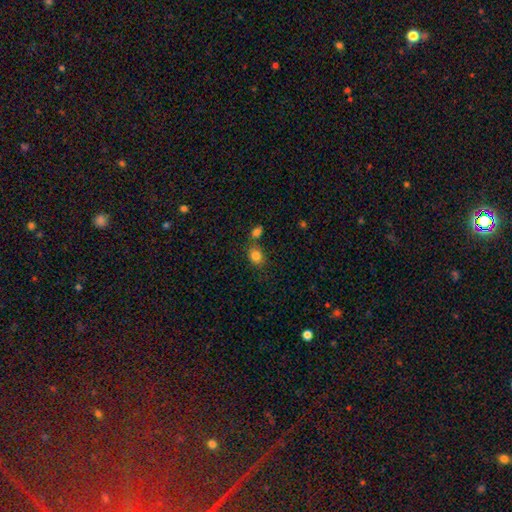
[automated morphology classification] Q: Smooth or featured?
A: smooth (83%); runner-up: star or artifact (11%)
Q: How rounded?
A: round (56%); runner-up: in between (43%)
Q: Merging?
A: none (66%); runner-up: merger (19%)